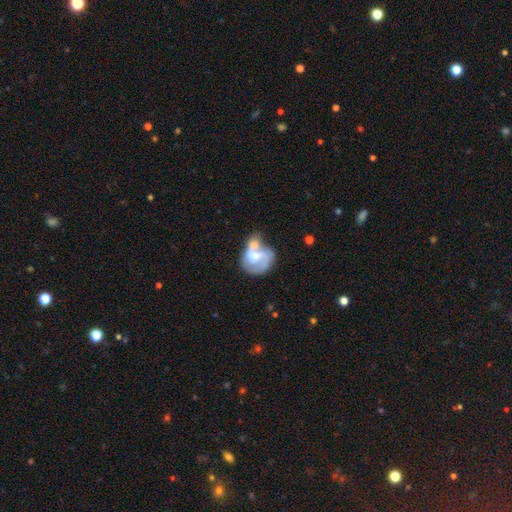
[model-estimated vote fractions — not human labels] featured or disk 65%, smooth 29%, star or artifact 6%. Down the decision tree: edge-on disk — no (98%); bar — no (49%); spiral arms — yes (76%); bulge size — small (44%); merging — merger (47%).